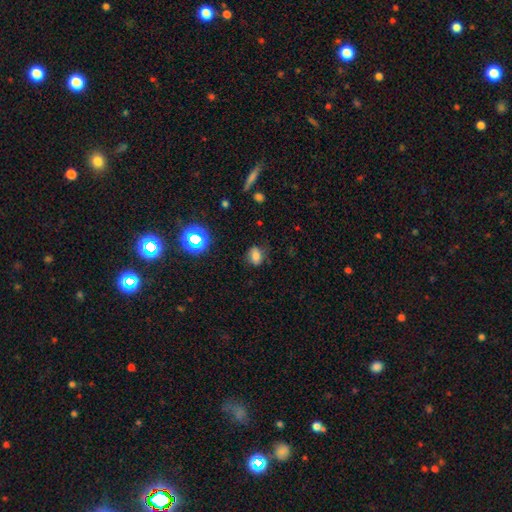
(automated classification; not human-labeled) Overall: smooth (70%). How rounded: in between (65%; round 33%). Merging: none (73%).